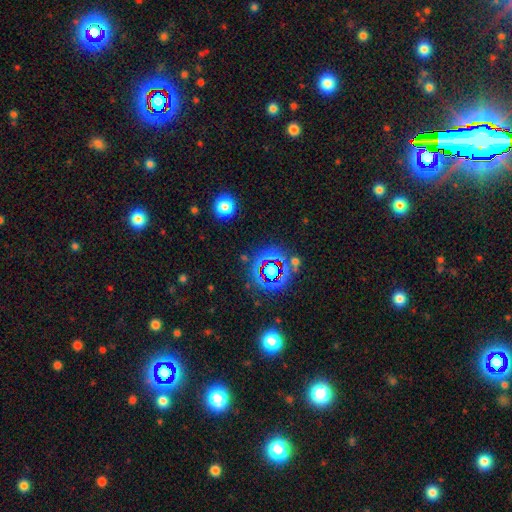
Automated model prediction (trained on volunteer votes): Smooth or featured? star or artifact (70%)